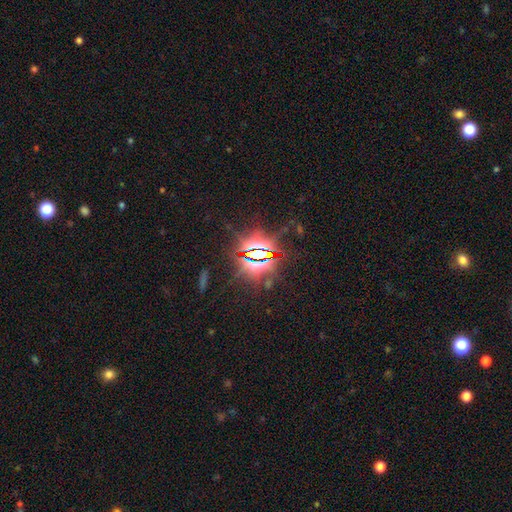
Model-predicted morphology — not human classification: A star or artifact, not a galaxy (82%).

Vote fractions:
- Smooth or featured? star or artifact: 82% / smooth: 9% / featured or disk: 9%